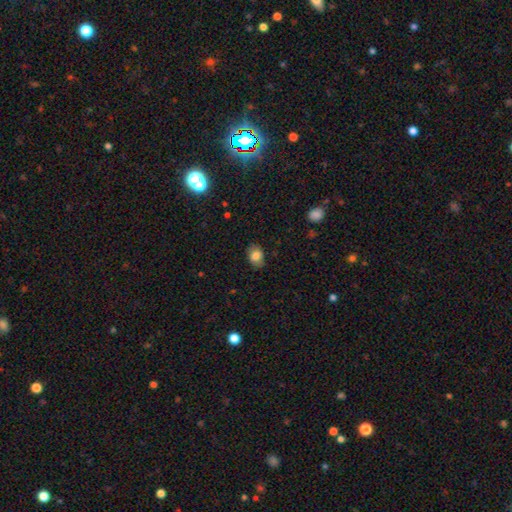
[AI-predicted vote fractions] This appears to be a smooth galaxy with no disk features (81%) that is in between round and cigar-shaped (74%). Merging: none (80%).